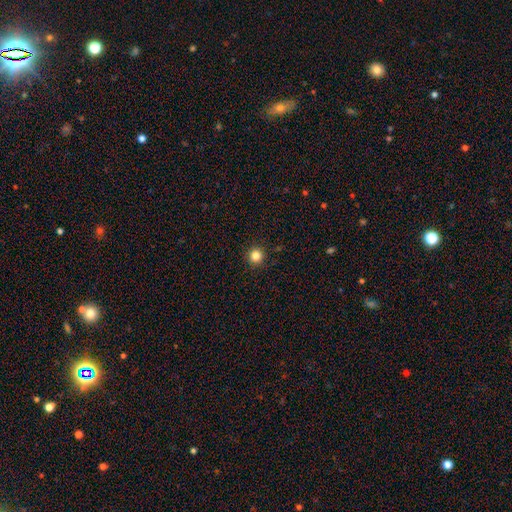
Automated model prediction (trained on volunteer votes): Smooth or featured? smooth (83%)
How rounded? round (96%)
Merging? none (93%)